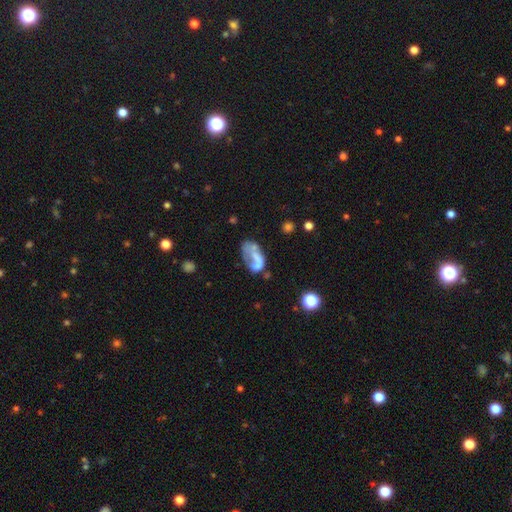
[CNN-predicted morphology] Q: Smooth or featured?
A: featured or disk (45%); runner-up: smooth (43%)
Q: Merging?
A: major disturbance (33%); runner-up: none (28%)